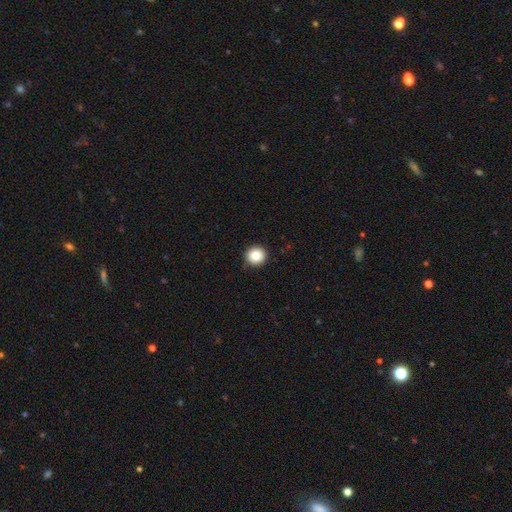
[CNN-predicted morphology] A smooth galaxy with no disk features (86%) that is round (93%). Merging: none (89%).